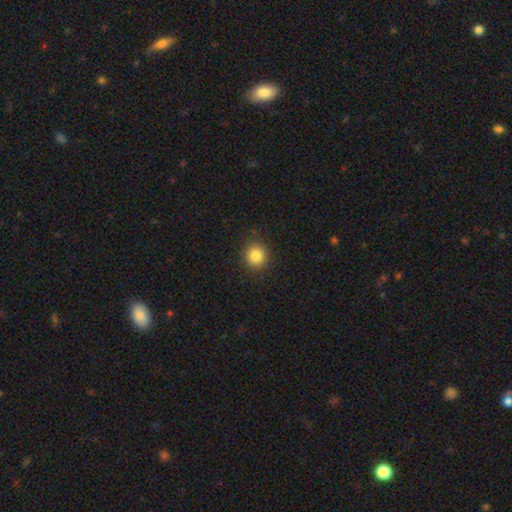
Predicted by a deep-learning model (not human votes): A smooth galaxy with no disk features (84%) that is round (88%).

Vote fractions:
- Smooth or featured? smooth: 84% / star or artifact: 11% / featured or disk: 5%
- How rounded? round: 88% / in between: 11% / cigar-shaped: 1%
- Merging? none: 89% / minor disturbance: 7% / major disturbance: 2% / merger: 1%